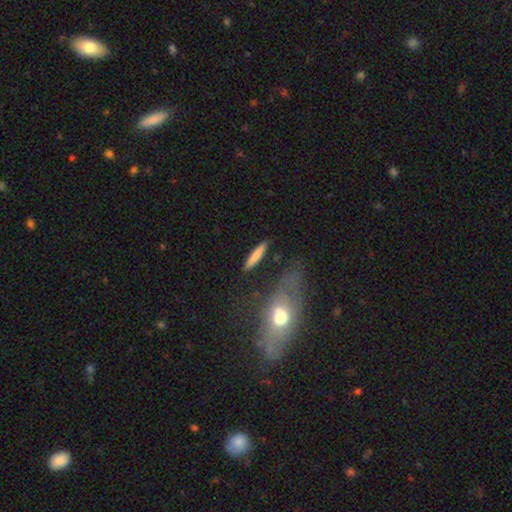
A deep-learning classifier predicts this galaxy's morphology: Q: Smooth or featured?
A: smooth (79%); runner-up: featured or disk (15%)
Q: How rounded?
A: cigar-shaped (88%); runner-up: in between (10%)
Q: Merging?
A: none (83%); runner-up: minor disturbance (10%)